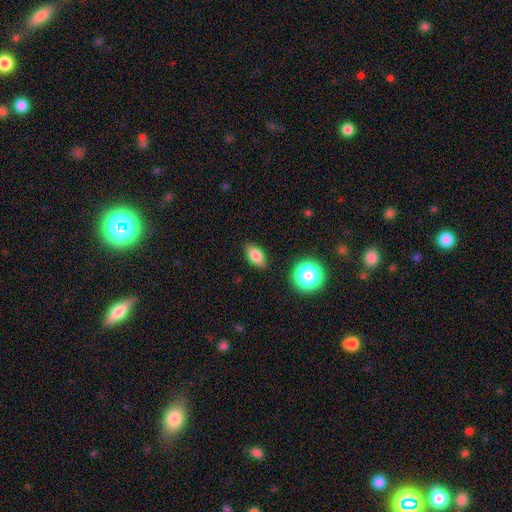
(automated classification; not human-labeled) smooth_or_featured: smooth (p=0.78) [alt: featured or disk p=0.12]
how_rounded: in between (p=0.84) [alt: round p=0.10]
merging: none (p=0.85) [alt: minor disturbance p=0.11]